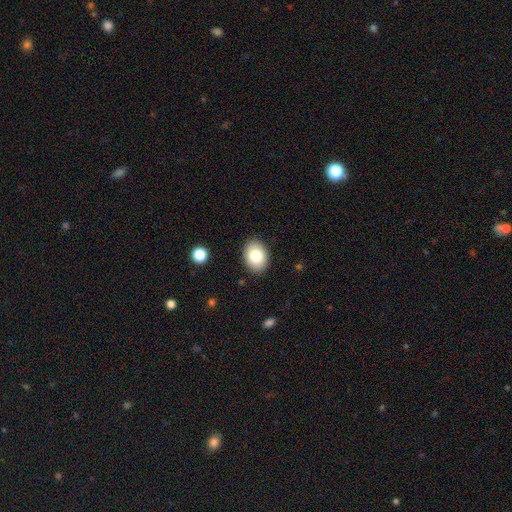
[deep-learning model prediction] Morphology: type=smooth (83%); roundness=in between (77%); merging=none (89%).